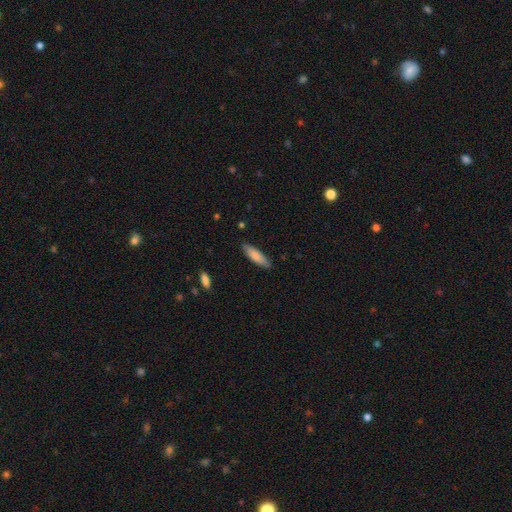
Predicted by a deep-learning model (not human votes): Overall: smooth (82%). How rounded: cigar-shaped (59%; in between 40%). Merging: none (85%).